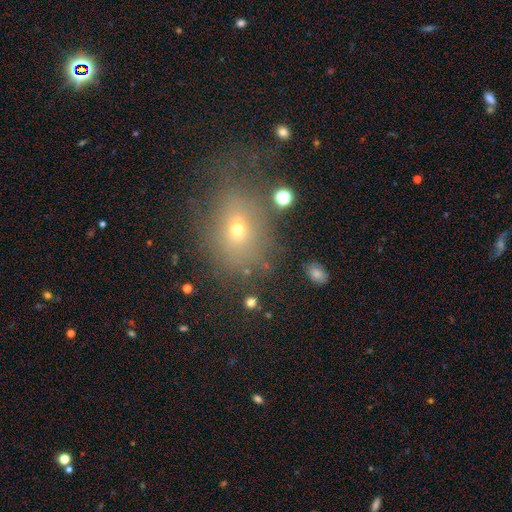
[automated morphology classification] smooth 58%, star or artifact 23%, featured or disk 19%. Down the decision tree: how rounded — in between (53%); merging — none (59%).